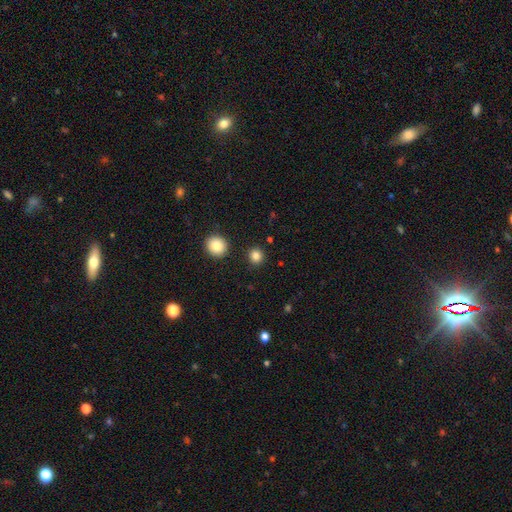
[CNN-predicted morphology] type=smooth (84%); roundness=round (89%); merging=none (90%).